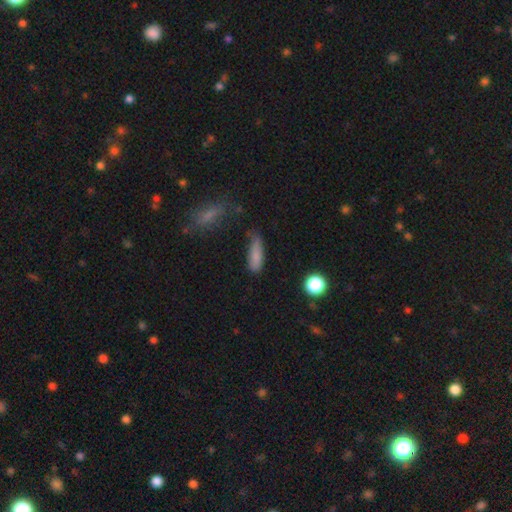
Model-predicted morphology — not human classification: A smooth galaxy with no disk features (81%) that is in between round and cigar-shaped (52%). Merging: none (55%).